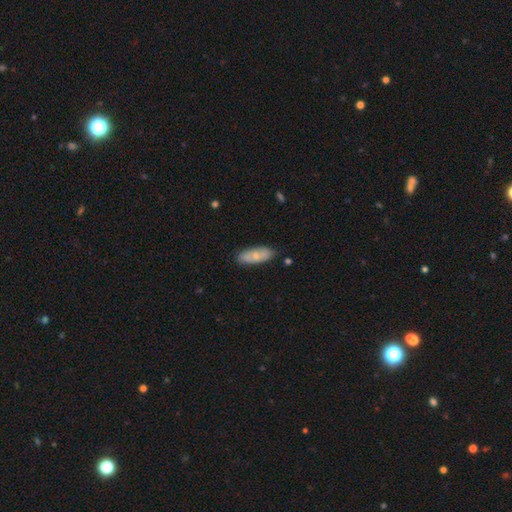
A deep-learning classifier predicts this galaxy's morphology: Q: Smooth or featured?
A: smooth (63%); runner-up: featured or disk (31%)
Q: How rounded?
A: in between (75%); runner-up: cigar-shaped (22%)
Q: Merging?
A: none (80%); runner-up: minor disturbance (15%)